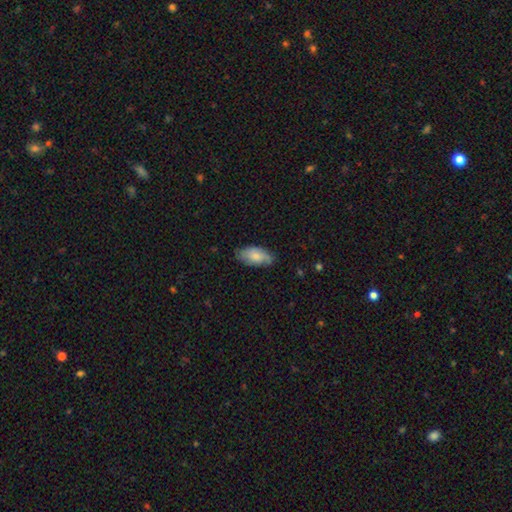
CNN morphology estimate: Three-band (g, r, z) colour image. It shows a smooth galaxy with no disk features (68%) that is in between round and cigar-shaped (92%). Merging: none (69%).